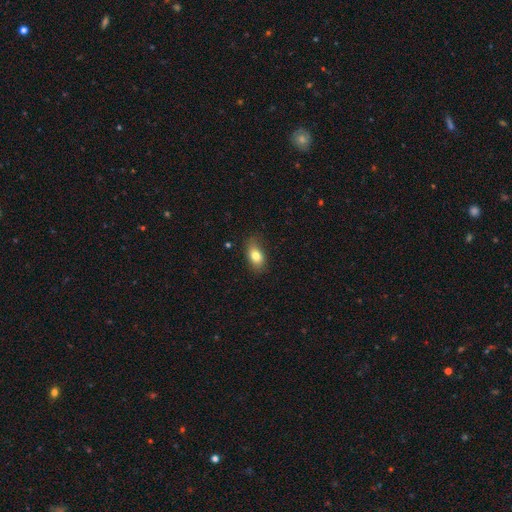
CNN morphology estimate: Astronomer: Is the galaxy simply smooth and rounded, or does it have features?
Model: smooth — 79%.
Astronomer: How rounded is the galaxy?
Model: in between — 86%.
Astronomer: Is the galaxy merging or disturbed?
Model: none — 76%.